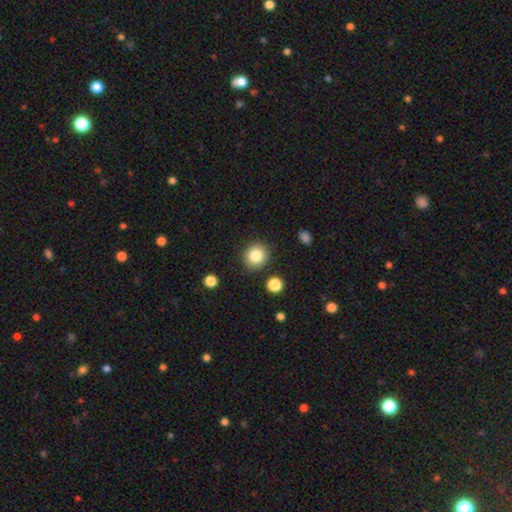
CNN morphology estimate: smooth-or-featured: smooth: 84% | star or artifact: 10% | featured or disk: 6%
  how-rounded: round: 85% | in between: 14% | cigar-shaped: 1%
  merging: none: 87% | minor disturbance: 8% | major disturbance: 2% | merger: 2%